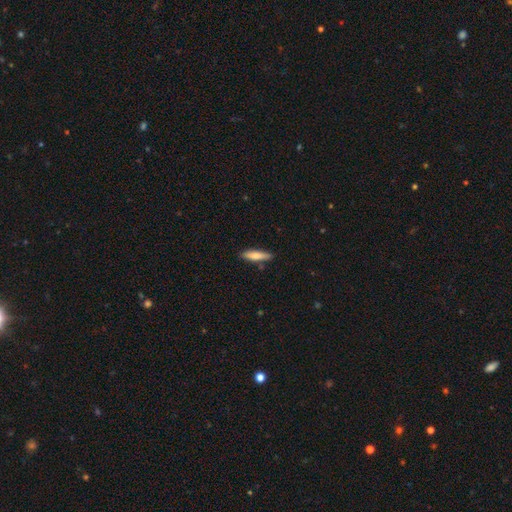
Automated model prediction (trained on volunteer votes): Smooth or featured? smooth (74%)
How rounded? cigar-shaped (74%)
Merging? none (82%)